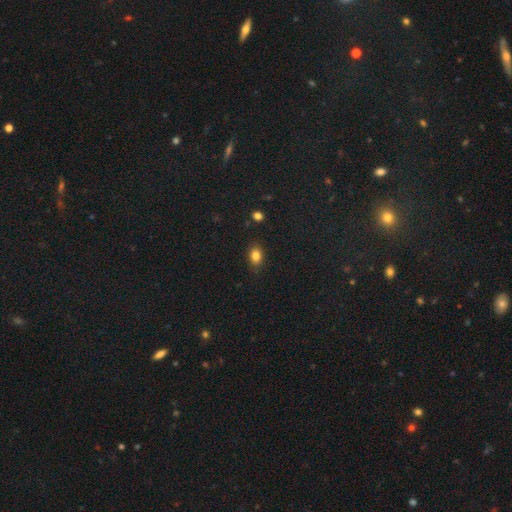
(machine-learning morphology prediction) A smooth galaxy with no disk features (83%) that is in between round and cigar-shaped (74%).

Vote fractions:
- Smooth or featured? smooth: 83% / star or artifact: 11% / featured or disk: 6%
- How rounded? in between: 74% / round: 24% / cigar-shaped: 2%
- Merging? none: 84% / minor disturbance: 12% / major disturbance: 3% / merger: 1%